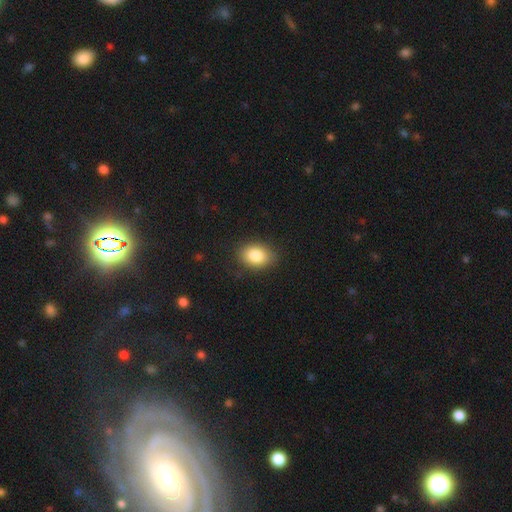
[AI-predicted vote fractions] The model was most divided on "how rounded": in between: 78%, round: 21%, cigar-shaped: 1%. More confident: merging — none (85%); smooth or featured — smooth (85%).